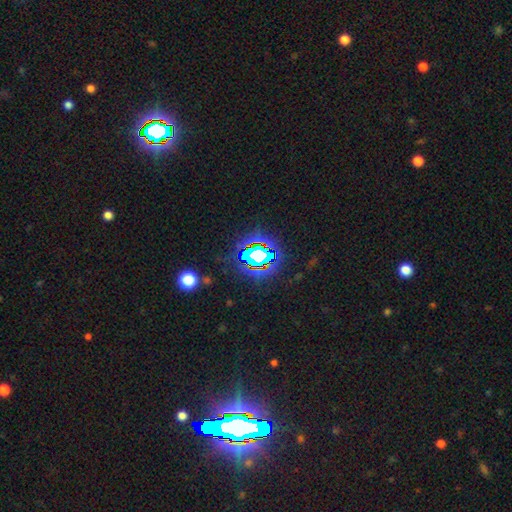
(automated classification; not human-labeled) Morphology: type=star or artifact (71%).